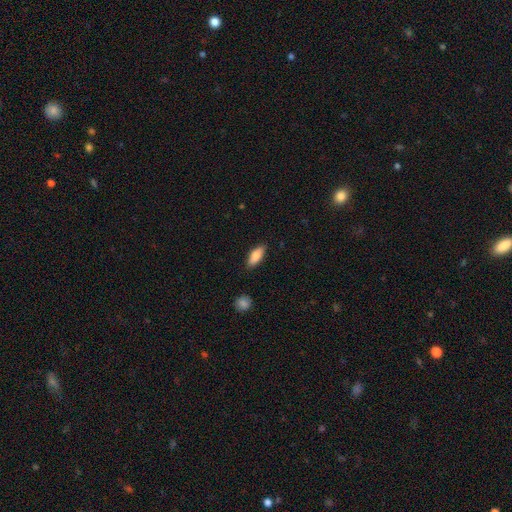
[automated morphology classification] This appears to be a smooth galaxy with no disk features (82%) that is in between round and cigar-shaped (76%). Merging: none (86%).